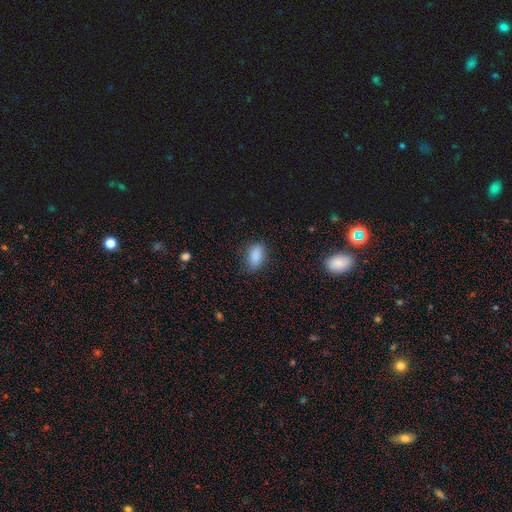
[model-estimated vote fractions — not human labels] Morphology: type=smooth (86%); roundness=in between (88%); merging=none (77%).